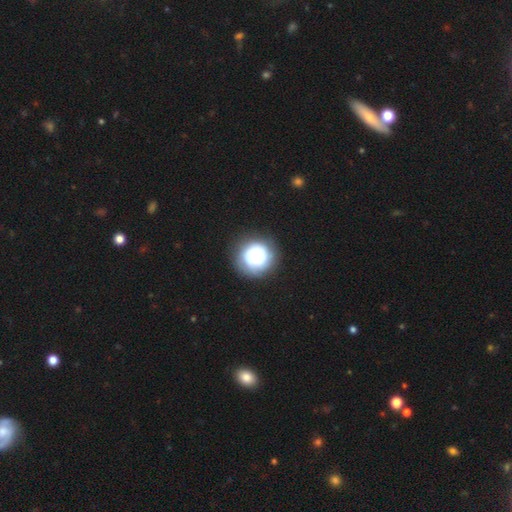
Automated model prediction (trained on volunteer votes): A smooth galaxy with no disk features (66%) that is round (93%). Merging: none (80%).